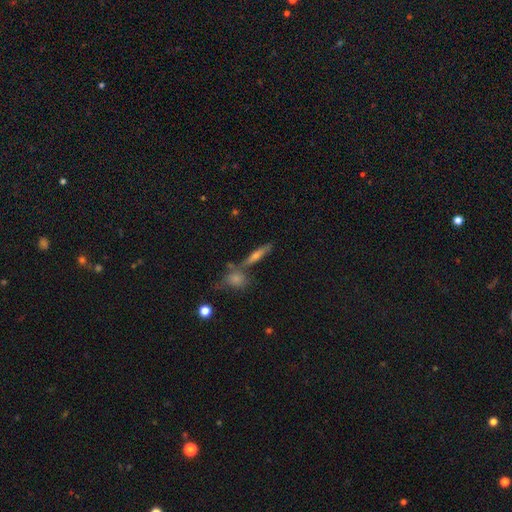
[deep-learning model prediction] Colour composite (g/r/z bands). It shows a featured or disk galaxy (44%). Merging: none (64%).